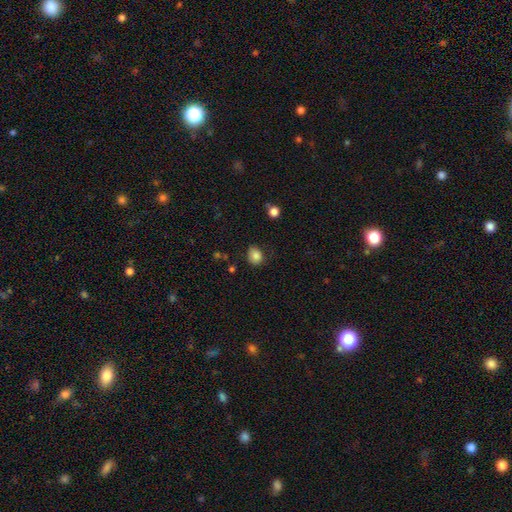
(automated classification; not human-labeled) A smooth galaxy with no disk features (84%) that is round (57%). Merging: none (71%).